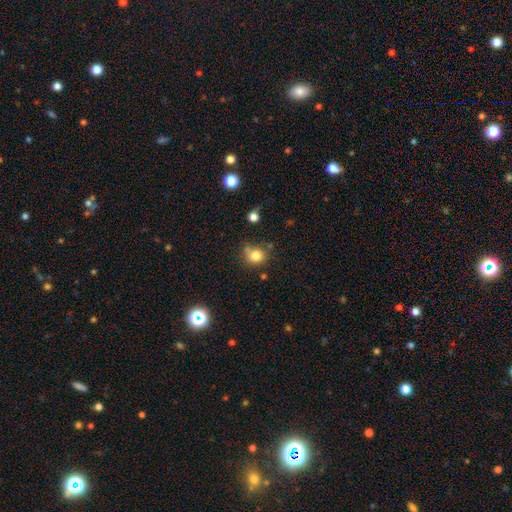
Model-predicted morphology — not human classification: Smooth or featured? Predicted: smooth (p=0.80). How rounded? Predicted: round (p=0.79). Merging? Predicted: none (p=0.64).